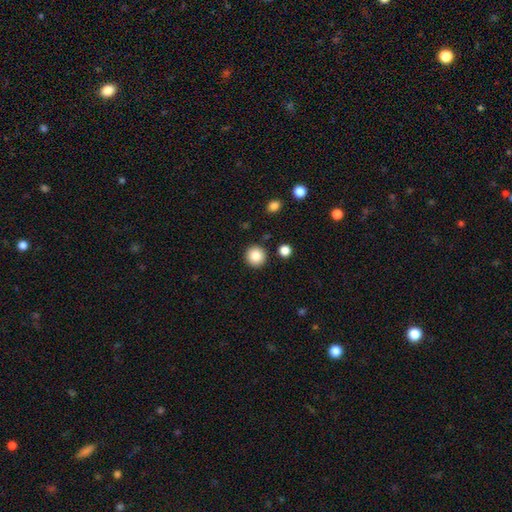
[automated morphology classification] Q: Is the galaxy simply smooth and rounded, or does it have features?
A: smooth — 86%.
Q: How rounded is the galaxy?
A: round — 94%.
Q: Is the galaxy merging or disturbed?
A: none — 90%.